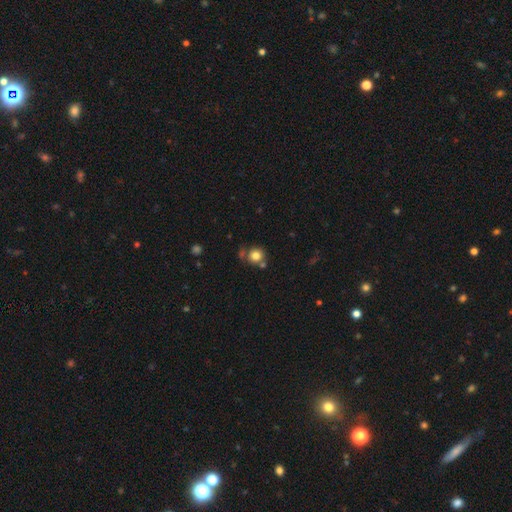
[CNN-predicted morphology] Overall: smooth (79%). How rounded: round (88%). Merging: none (66%).